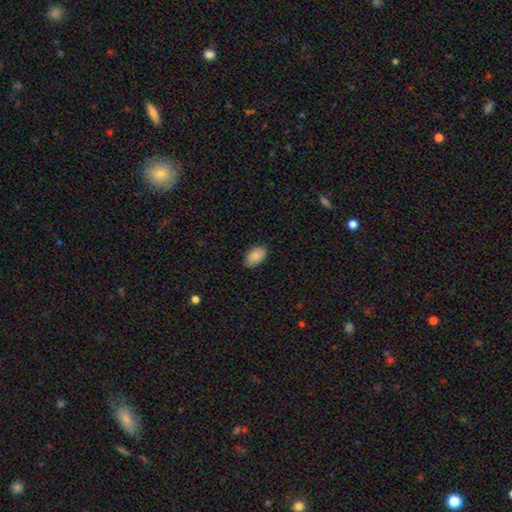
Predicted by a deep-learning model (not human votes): The model was most divided on "merging": none: 85%, minor disturbance: 11%, major disturbance: 2%, merger: 1%. More confident: how rounded — in between (92%); smooth or featured — smooth (89%).